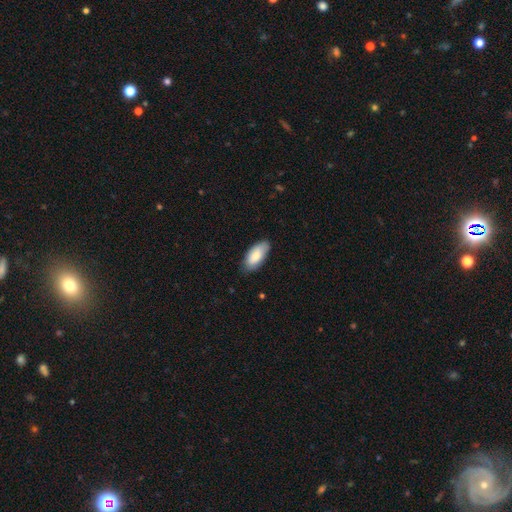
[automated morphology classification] Q: Smooth or featured?
A: smooth (81%); runner-up: featured or disk (13%)
Q: How rounded?
A: in between (90%); runner-up: cigar-shaped (8%)
Q: Merging?
A: none (78%); runner-up: minor disturbance (18%)